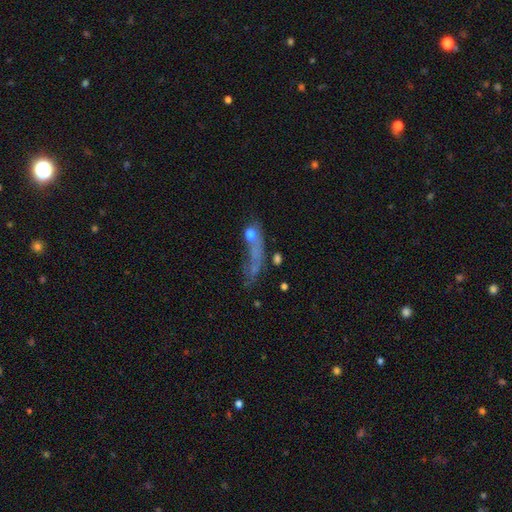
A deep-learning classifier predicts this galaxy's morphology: This appears to be a smooth galaxy with no disk features (41%). Merging: none (35%).